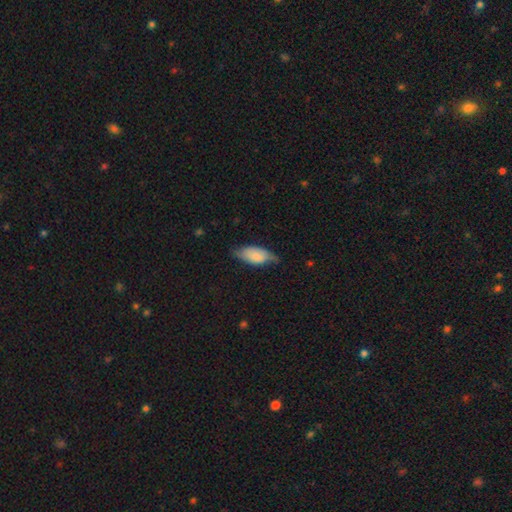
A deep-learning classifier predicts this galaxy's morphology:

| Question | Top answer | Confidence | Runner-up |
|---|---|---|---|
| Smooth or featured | smooth | 67% | featured or disk (26%) |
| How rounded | in between | 88% | cigar-shaped (9%) |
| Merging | none | 56% | minor disturbance (34%) |